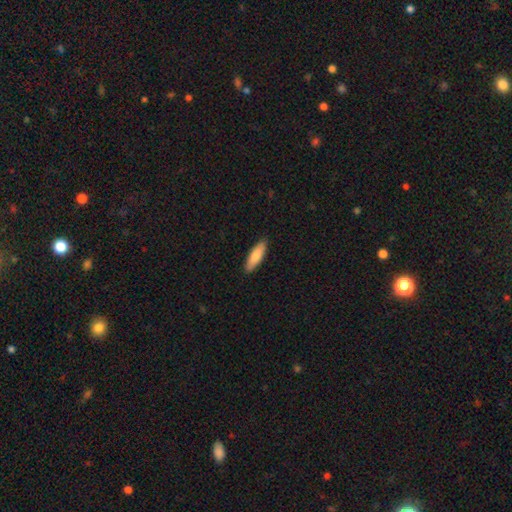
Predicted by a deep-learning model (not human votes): This appears to be a smooth galaxy with no disk features (84%) that is cigar-shaped (54%). Merging: none (89%).